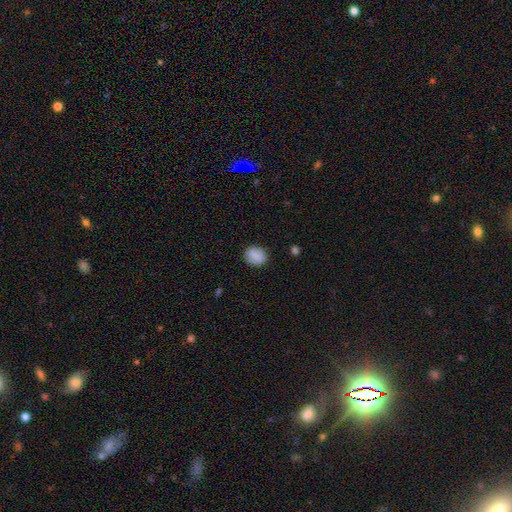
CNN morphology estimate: Smooth or featured? smooth (84%)
How rounded? round (61%)
Merging? none (85%)